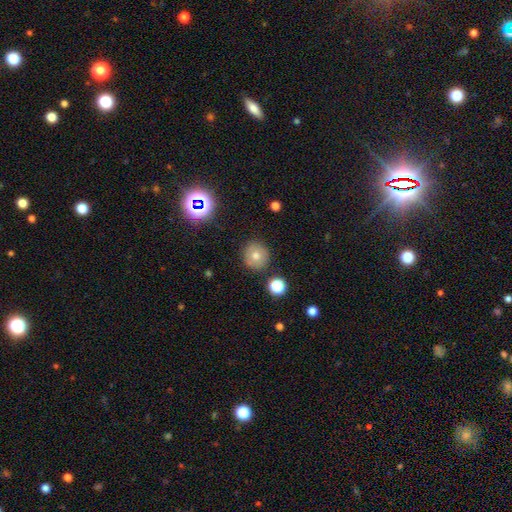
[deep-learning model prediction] This is likely a smooth galaxy (69%). How rounded: clearly round (93%). Merging: clearly none (87%).